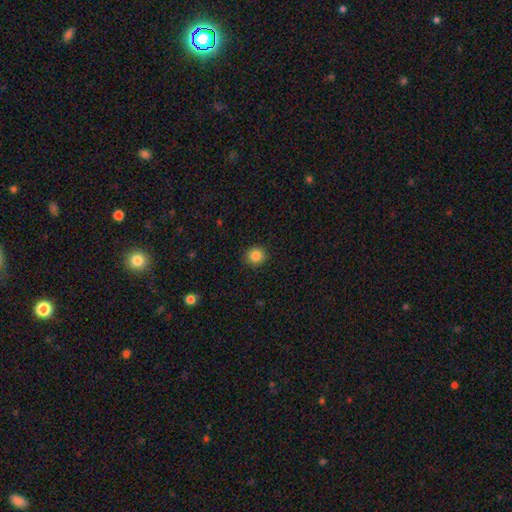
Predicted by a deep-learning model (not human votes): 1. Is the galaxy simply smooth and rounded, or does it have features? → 84% smooth, 11% star or artifact, 5% featured or disk.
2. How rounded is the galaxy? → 86% round, 13% in between, 1% cigar-shaped.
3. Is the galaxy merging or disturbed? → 89% none, 8% minor disturbance, 2% major disturbance, 1% merger.